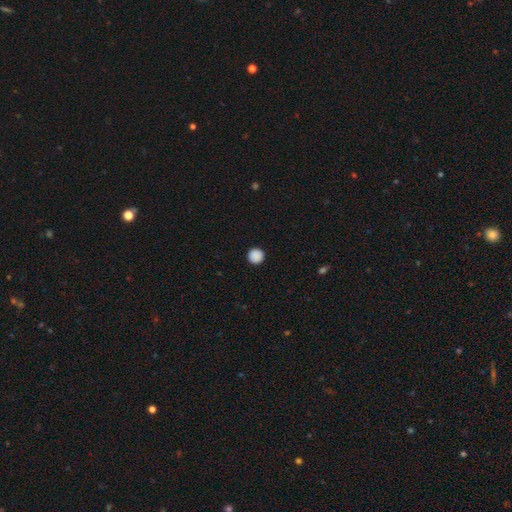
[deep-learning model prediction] A smooth galaxy with no disk features (89%) that is round (96%). Merging: none (94%).